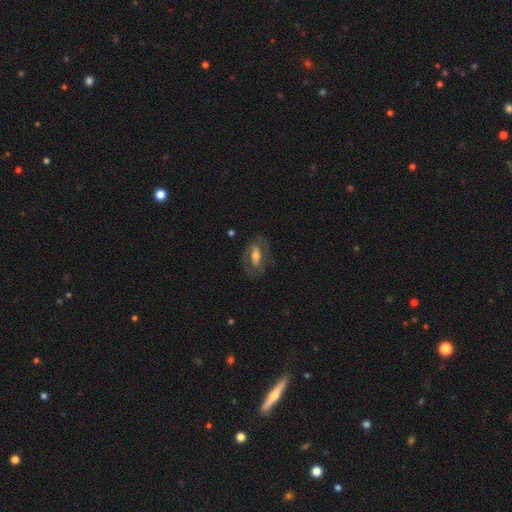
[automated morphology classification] Smooth or featured? featured or disk (55%)
Edge-on disk? no (87%)
Merging? none (68%)